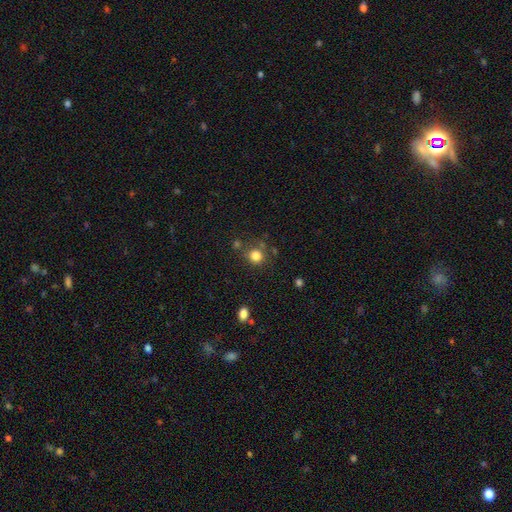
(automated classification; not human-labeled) smooth 81%, star or artifact 13%, featured or disk 6%. Down the decision tree: how rounded — round (85%); merging — none (71%).